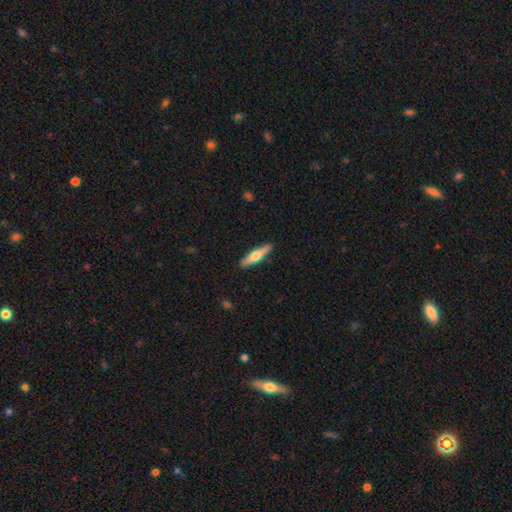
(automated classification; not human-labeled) smooth_or_featured: featured or disk (p=0.50) [alt: smooth p=0.45]
disk_edge_on: yes (p=0.94) [alt: no p=0.06]
merging: none (p=0.90) [alt: minor disturbance p=0.07]